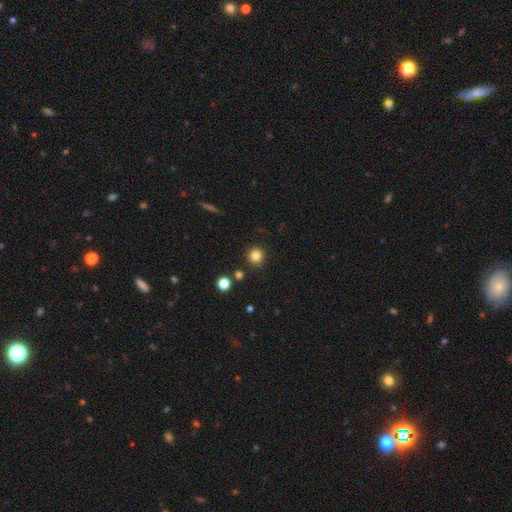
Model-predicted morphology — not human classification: Overall: smooth (82%). How rounded: round (94%). Merging: none (88%).